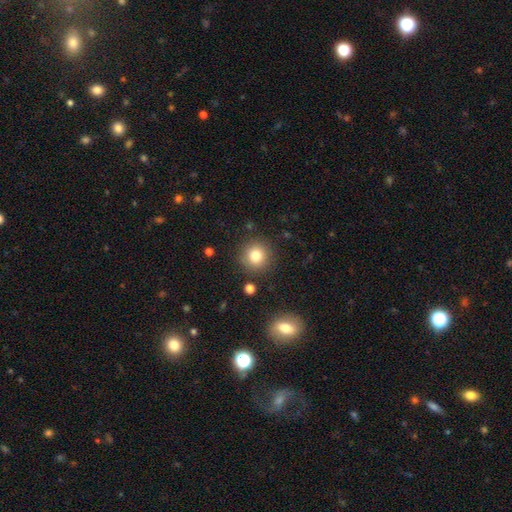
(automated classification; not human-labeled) This is likely a smooth galaxy (80%). How rounded: clearly round (93%). Merging: clearly none (87%).